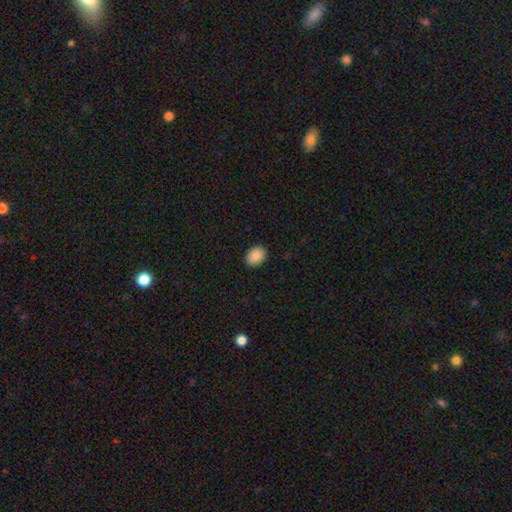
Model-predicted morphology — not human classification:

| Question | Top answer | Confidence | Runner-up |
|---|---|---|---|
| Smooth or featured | smooth | 90% | star or artifact (8%) |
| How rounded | in between | 67% | round (33%) |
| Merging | none | 90% | minor disturbance (7%) |